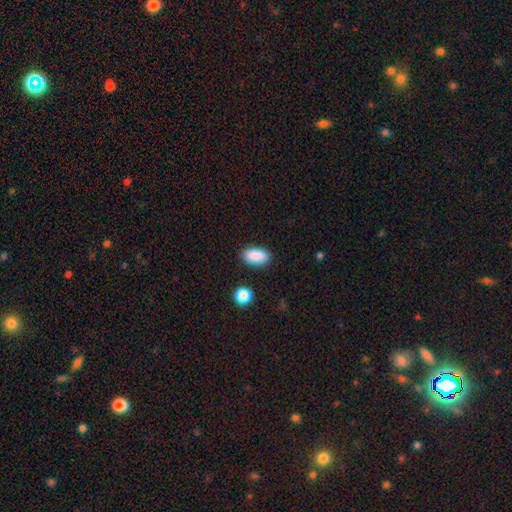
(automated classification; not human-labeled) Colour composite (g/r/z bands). It shows a smooth galaxy with no disk features (89%) that is in between round and cigar-shaped (90%). Merging: none (86%).